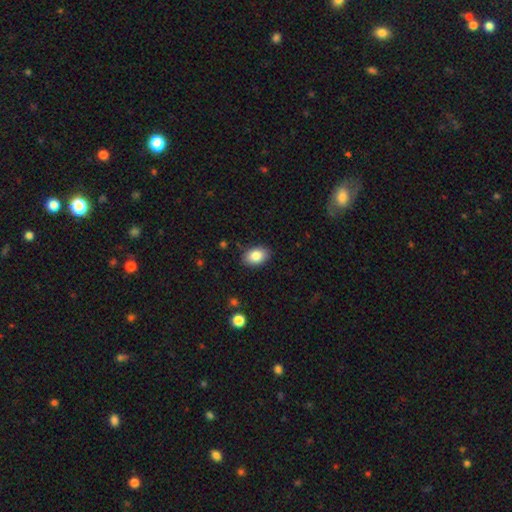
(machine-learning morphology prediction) A smooth galaxy with no disk features (85%) that is in between round and cigar-shaped (85%).

Vote fractions:
- Smooth or featured? smooth: 85% / star or artifact: 8% / featured or disk: 7%
- How rounded? in between: 85% / round: 14% / cigar-shaped: 1%
- Merging? none: 86% / minor disturbance: 10% / major disturbance: 2% / merger: 1%